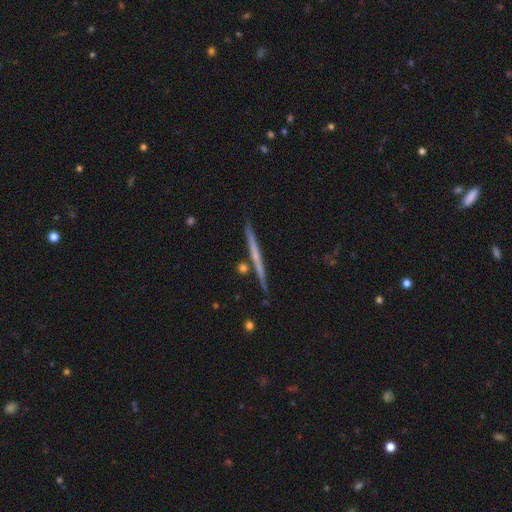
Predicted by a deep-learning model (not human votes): This appears to be a featured or disk galaxy (61%) viewed edge-on (98%) with no central bulge (77%). Merging: none (87%).